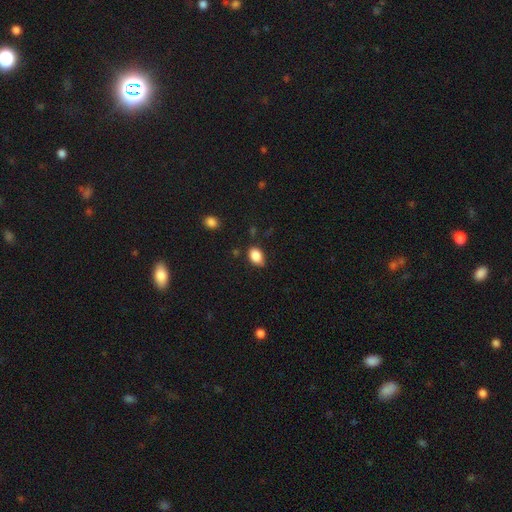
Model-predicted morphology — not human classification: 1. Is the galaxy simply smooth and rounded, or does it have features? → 86% smooth, 9% star or artifact, 5% featured or disk.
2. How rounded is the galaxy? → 79% in between, 20% round, 1% cigar-shaped.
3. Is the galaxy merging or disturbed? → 69% none, 24% minor disturbance, 5% major disturbance, 2% merger.